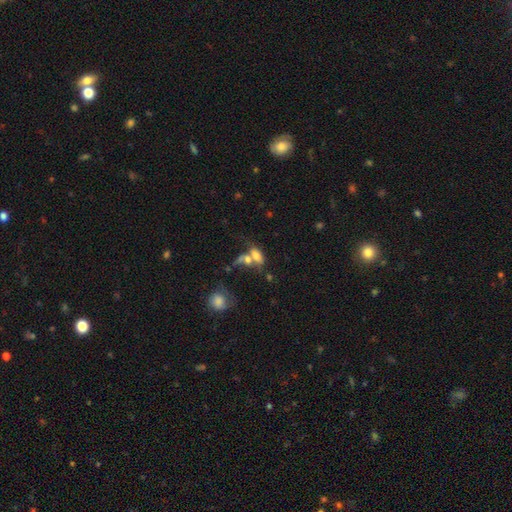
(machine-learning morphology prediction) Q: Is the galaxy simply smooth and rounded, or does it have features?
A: smooth — 68%.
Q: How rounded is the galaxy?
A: in between — 82%.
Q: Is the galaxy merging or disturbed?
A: merger — 51%.